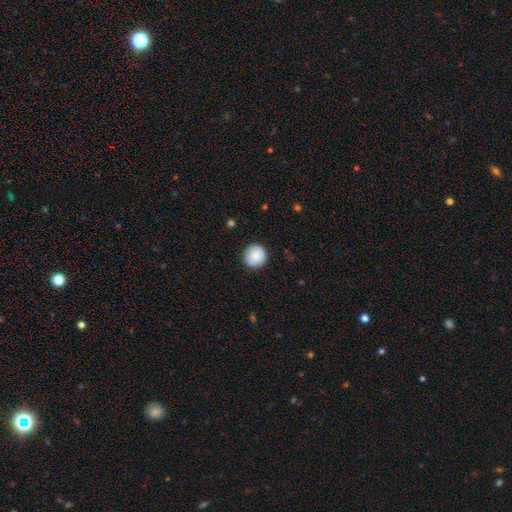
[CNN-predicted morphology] The model was most divided on "smooth or featured": smooth: 84%, featured or disk: 9%, star or artifact: 7%. More confident: how rounded — round (95%); merging — none (89%).